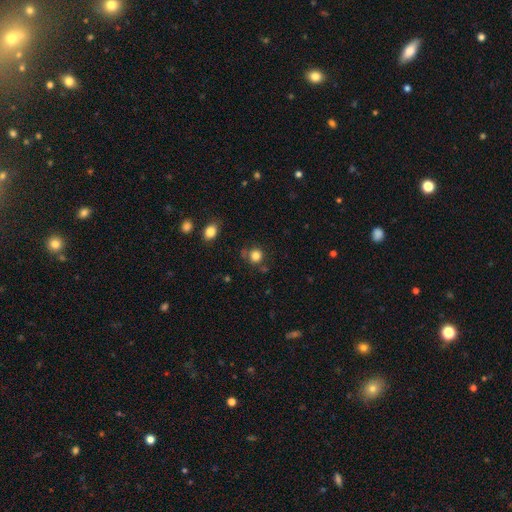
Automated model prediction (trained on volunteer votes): Q: Smooth or featured?
A: smooth (81%); runner-up: star or artifact (13%)
Q: How rounded?
A: round (90%); runner-up: in between (9%)
Q: Merging?
A: none (76%); runner-up: minor disturbance (12%)